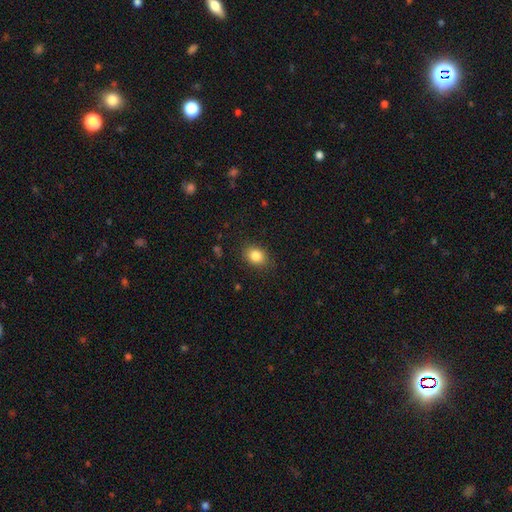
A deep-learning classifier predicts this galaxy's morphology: smooth_or_featured: smooth (p=0.84) [alt: star or artifact p=0.10]
how_rounded: in between (p=0.62) [alt: round p=0.37]
merging: none (p=0.85) [alt: minor disturbance p=0.11]